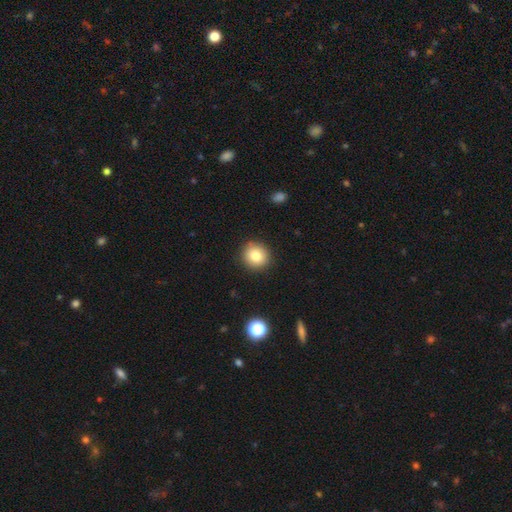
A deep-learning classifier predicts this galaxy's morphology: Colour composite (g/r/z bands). It shows a smooth galaxy with no disk features (83%) that is round (89%). Merging: none (90%).